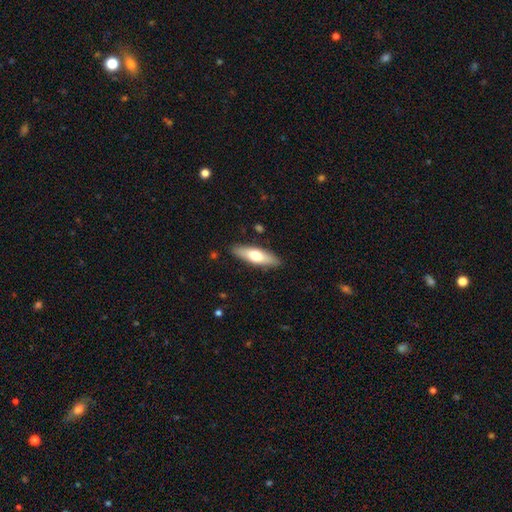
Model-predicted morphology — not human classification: Smooth or featured? smooth (62%)
How rounded? cigar-shaped (54%)
Merging? none (88%)